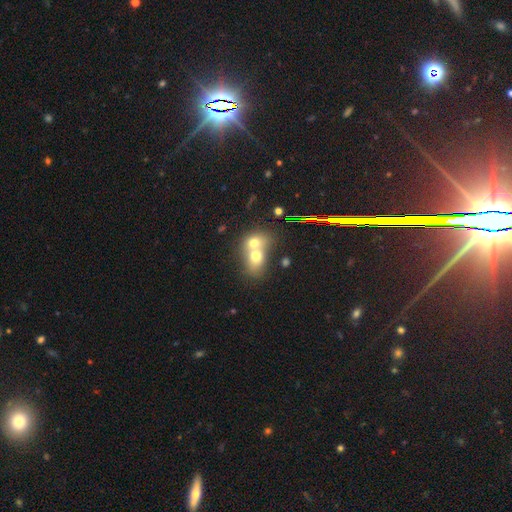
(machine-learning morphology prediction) smooth-or-featured: smooth: 65% | featured or disk: 23% | star or artifact: 11%
  how-rounded: in between: 56% | round: 43% | cigar-shaped: 1%
  merging: merger: 75% | none: 17% | minor disturbance: 5% | major disturbance: 3%